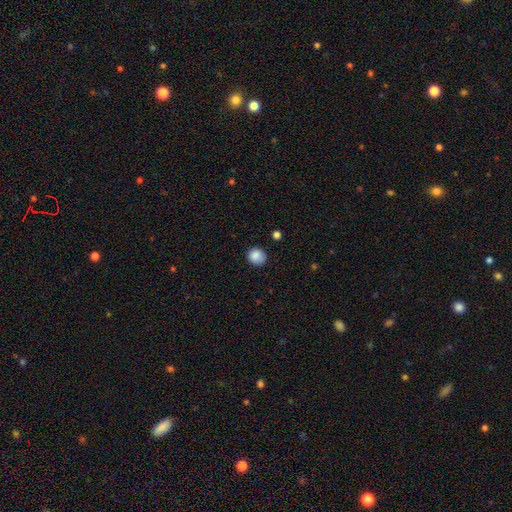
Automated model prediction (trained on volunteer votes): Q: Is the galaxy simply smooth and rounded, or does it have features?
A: smooth — 87%.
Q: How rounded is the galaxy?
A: round — 82%.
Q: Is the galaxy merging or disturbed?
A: none — 82%.